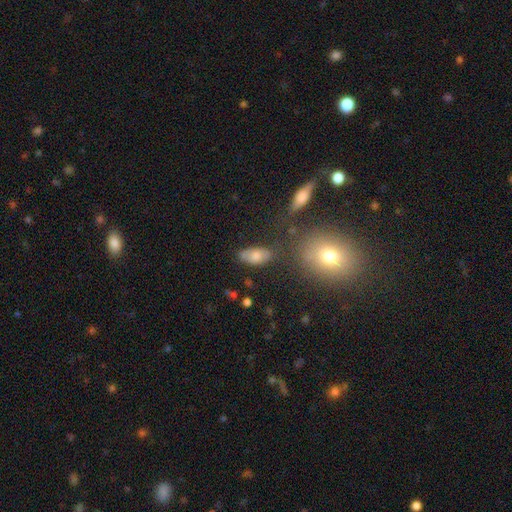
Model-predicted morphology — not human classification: Smooth or featured? smooth (73%)
How rounded? in between (90%)
Merging? none (68%)